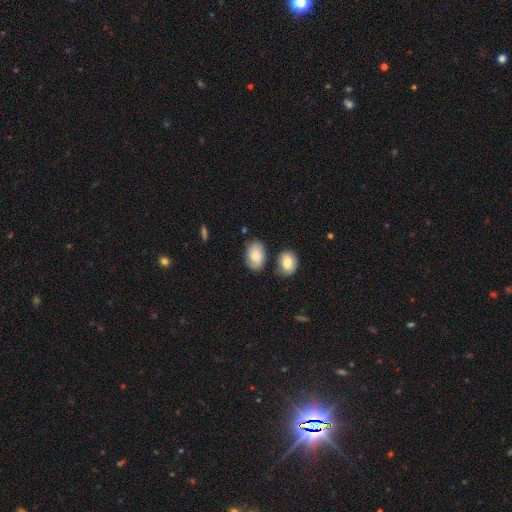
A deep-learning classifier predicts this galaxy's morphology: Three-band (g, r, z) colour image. It shows a smooth galaxy with no disk features (79%) that is in between round and cigar-shaped (89%). Merging: none (69%).